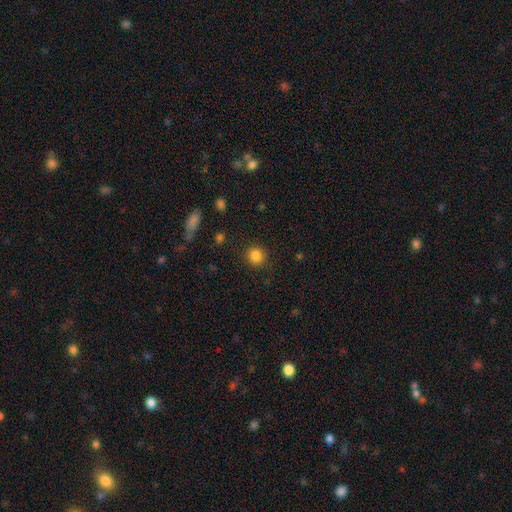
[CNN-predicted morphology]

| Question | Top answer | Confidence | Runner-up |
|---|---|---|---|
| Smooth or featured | smooth | 85% | star or artifact (11%) |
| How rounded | round | 89% | in between (10%) |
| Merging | none | 89% | minor disturbance (7%) |